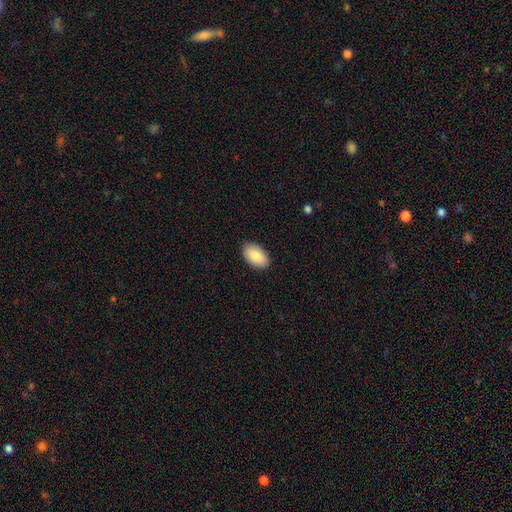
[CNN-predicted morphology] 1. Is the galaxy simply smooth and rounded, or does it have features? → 88% smooth, 6% featured or disk, 6% star or artifact.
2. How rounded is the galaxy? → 95% in between, 4% round, 1% cigar-shaped.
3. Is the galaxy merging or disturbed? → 89% none, 8% minor disturbance, 2% major disturbance, 1% merger.